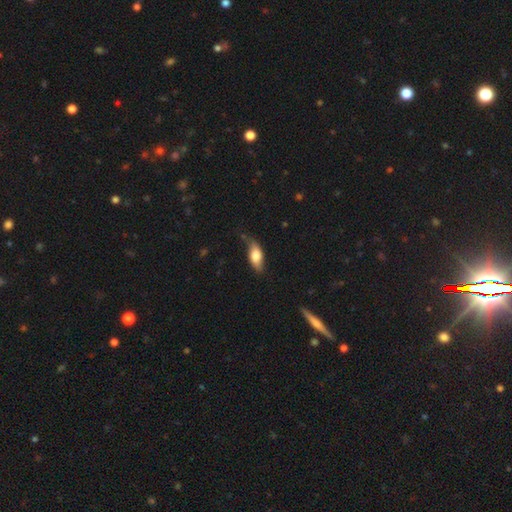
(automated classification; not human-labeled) Smooth or featured? smooth (70%)
How rounded? in between (82%)
Merging? none (57%)